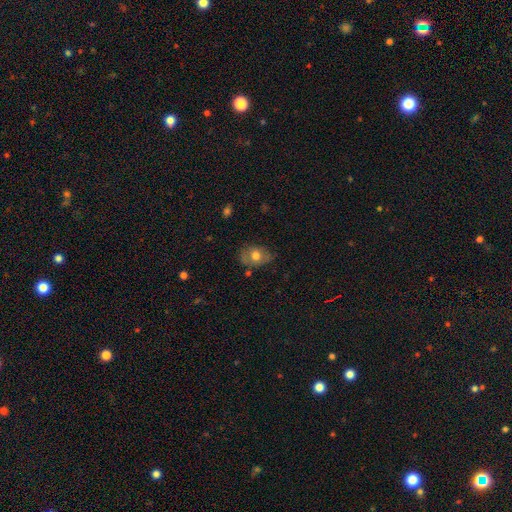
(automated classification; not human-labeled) A smooth galaxy with no disk features (62%) that is in between round and cigar-shaped (63%).

Vote fractions:
- Smooth or featured? smooth: 62% / featured or disk: 29% / star or artifact: 9%
- How rounded? in between: 63% / round: 36% / cigar-shaped: 1%
- Merging? none: 63% / minor disturbance: 26% / major disturbance: 8% / merger: 3%